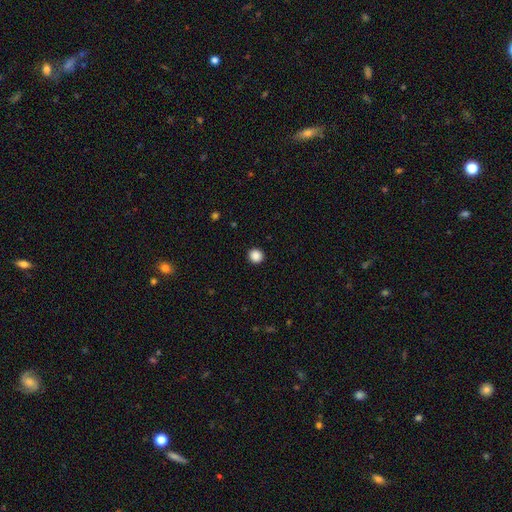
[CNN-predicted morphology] The model was most divided on "smooth or featured": smooth: 88%, star or artifact: 10%, featured or disk: 2%. More confident: how rounded — round (94%); merging — none (93%).